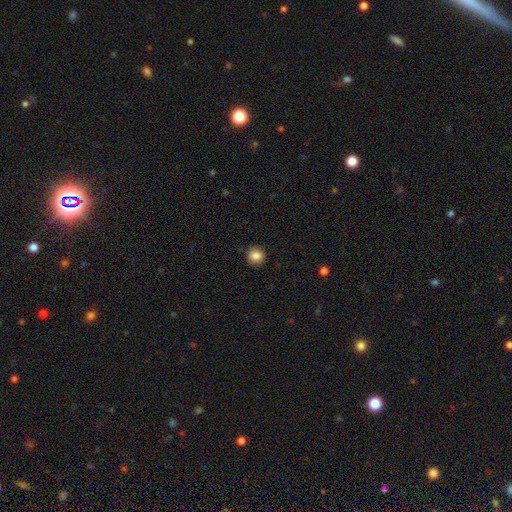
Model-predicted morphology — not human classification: Smooth or featured: smooth — 86% (star or artifact — 10%)
How rounded: round — 89% (in between — 10%)
Merging: none — 90% (minor disturbance — 7%)